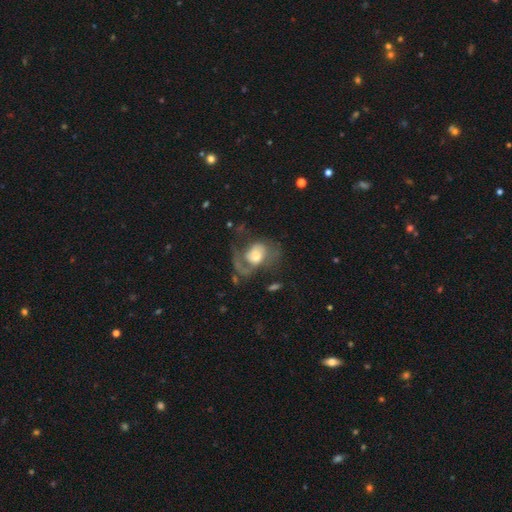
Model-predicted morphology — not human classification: Smooth or featured?
  - featured or disk: 66% *
  - smooth: 27%
  - star or artifact: 7%
Edge-on disk?
  - no: 97% *
  - yes: 3%
Bar?
  - no: 62% *
  - weak: 30%
  - strong: 7%
Spiral arms?
  - yes: 81% *
  - no: 19%
Spiral winding?
  - medium: 42% *
  - loose: 40%
  - tight: 19%
Spiral arm count?
  - 1: 51% *
  - 2: 37%
  - can't tell: 8%
  - 3: 2%
  - 4: 1%
  - more than 4: 1%
Bulge size?
  - moderate: 52% *
  - large: 29%
  - small: 13%
  - dominant: 3%
  - none: 3%
Merging?
  - major disturbance: 45% *
  - none: 33%
  - minor disturbance: 18%
  - merger: 4%